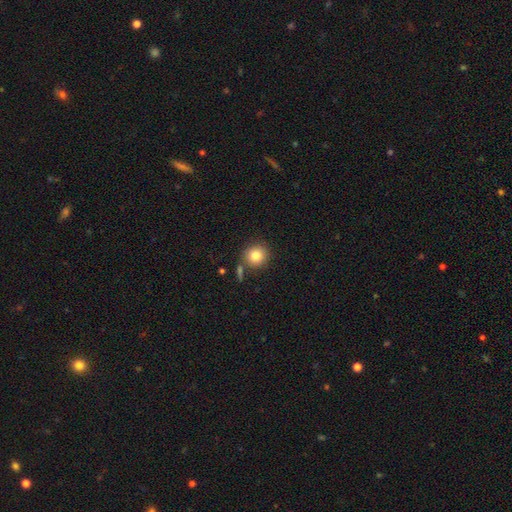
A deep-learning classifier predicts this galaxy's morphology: The model was most divided on "merging": none: 76%, minor disturbance: 11%, merger: 10%, major disturbance: 3%. More confident: how rounded — round (89%); smooth or featured — smooth (82%).